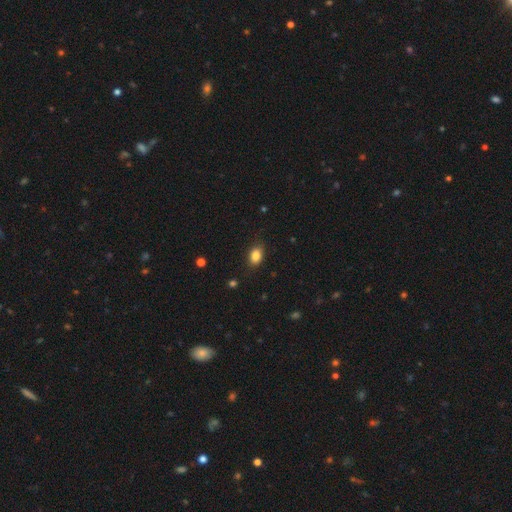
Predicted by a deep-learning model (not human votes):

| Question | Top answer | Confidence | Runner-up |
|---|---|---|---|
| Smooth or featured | smooth | 86% | star or artifact (9%) |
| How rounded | in between | 80% | round (19%) |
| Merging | none | 85% | minor disturbance (11%) |